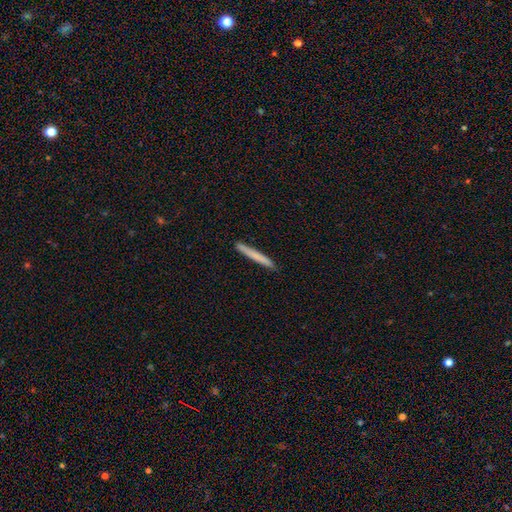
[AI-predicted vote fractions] smooth-or-featured: smooth: 72% | featured or disk: 22% | star or artifact: 6%
  how-rounded: cigar-shaped: 97% | in between: 2% | round: 1%
  merging: none: 92% | minor disturbance: 6% | major disturbance: 1% | merger: 1%